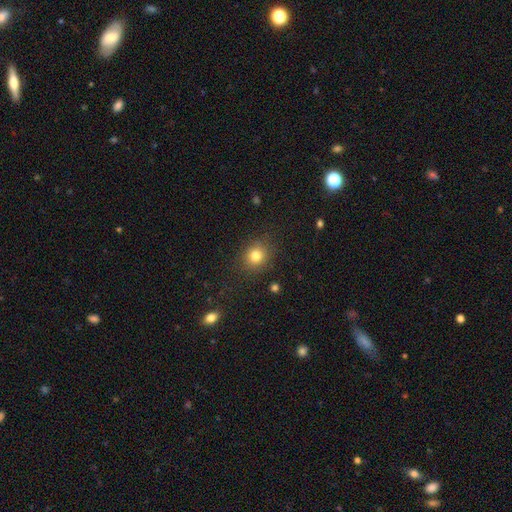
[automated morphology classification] A smooth galaxy with no disk features (81%) that is round (78%). Merging: none (86%).